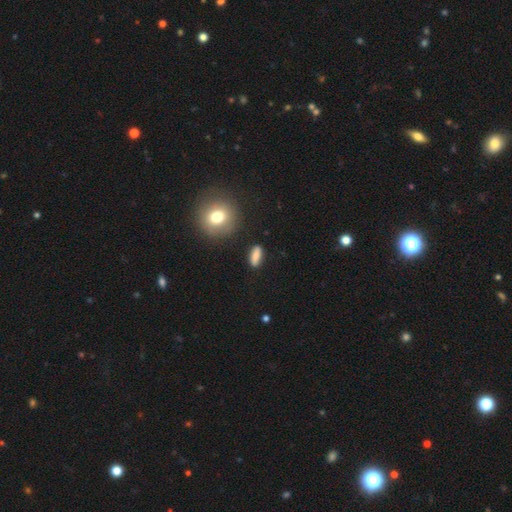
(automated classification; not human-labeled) A smooth galaxy with no disk features (80%) that is in between round and cigar-shaped (60%). Merging: none (84%).